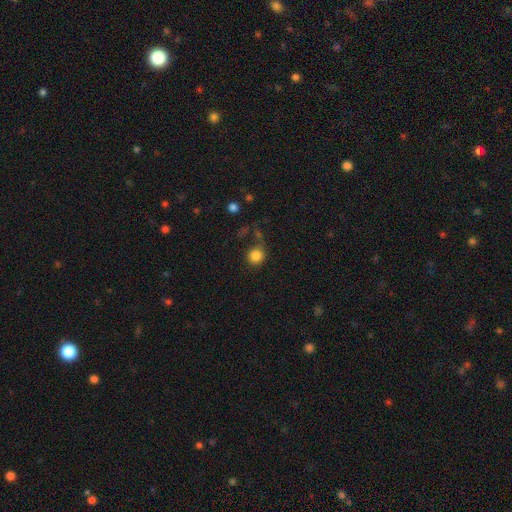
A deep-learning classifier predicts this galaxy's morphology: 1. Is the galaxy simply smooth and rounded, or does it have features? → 84% smooth, 10% star or artifact, 5% featured or disk.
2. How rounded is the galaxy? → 90% round, 9% in between, 1% cigar-shaped.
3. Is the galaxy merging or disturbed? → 71% none, 14% minor disturbance, 8% merger, 7% major disturbance.